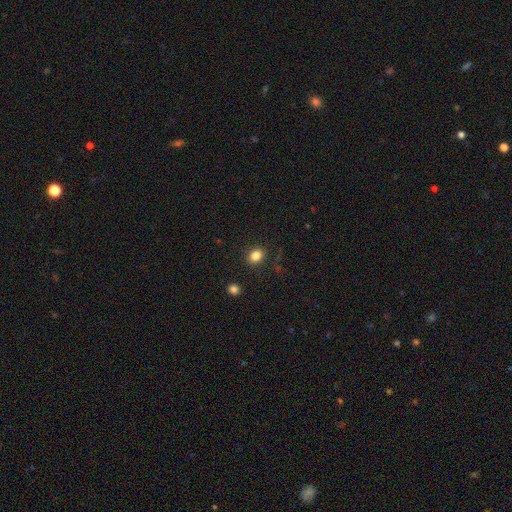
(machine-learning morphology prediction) A smooth galaxy with no disk features (84%) that is in between round and cigar-shaped (51%). Merging: none (87%).